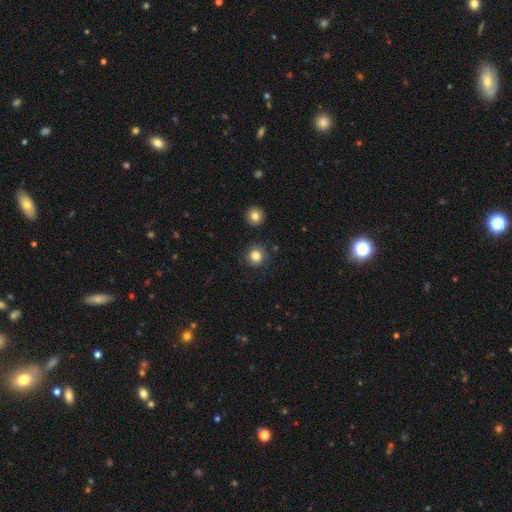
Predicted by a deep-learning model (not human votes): Smooth or featured? smooth (82%)
How rounded? round (93%)
Merging? none (87%)